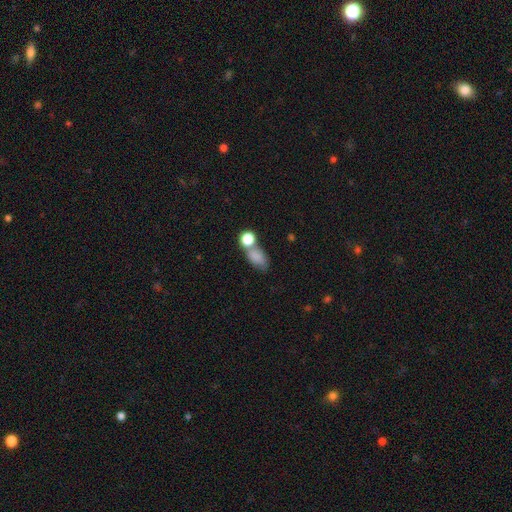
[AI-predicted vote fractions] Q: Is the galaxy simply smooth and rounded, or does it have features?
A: smooth — 81%.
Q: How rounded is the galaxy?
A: in between — 79%.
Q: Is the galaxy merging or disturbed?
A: none — 42%.